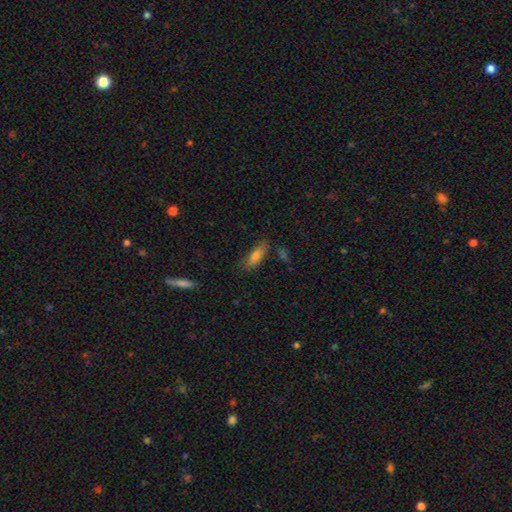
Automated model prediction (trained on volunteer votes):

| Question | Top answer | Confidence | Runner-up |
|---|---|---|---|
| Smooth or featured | smooth | 69% | featured or disk (21%) |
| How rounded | in between | 53% | cigar-shaped (44%) |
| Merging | none | 71% | minor disturbance (20%) |